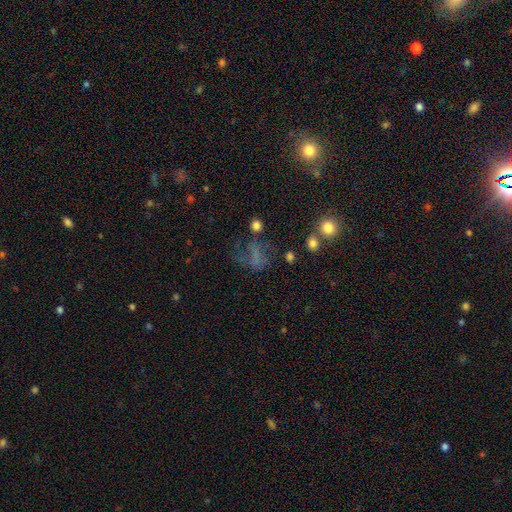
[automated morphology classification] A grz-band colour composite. It shows a smooth galaxy with no disk features (42%). Merging: none (37%, tied with major disturbance).